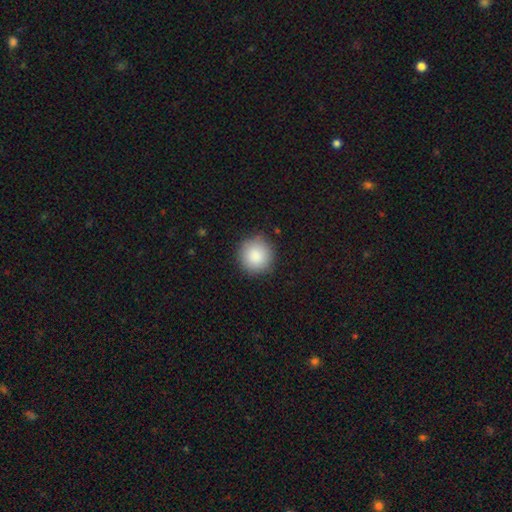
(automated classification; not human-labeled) Morphology: type=smooth (88%); roundness=round (94%); merging=none (88%).